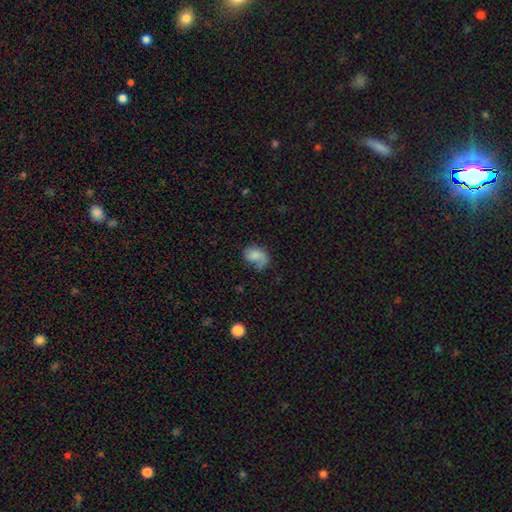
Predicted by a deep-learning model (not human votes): Smooth or featured? smooth (70%)
How rounded? in between (69%)
Merging? none (42%)